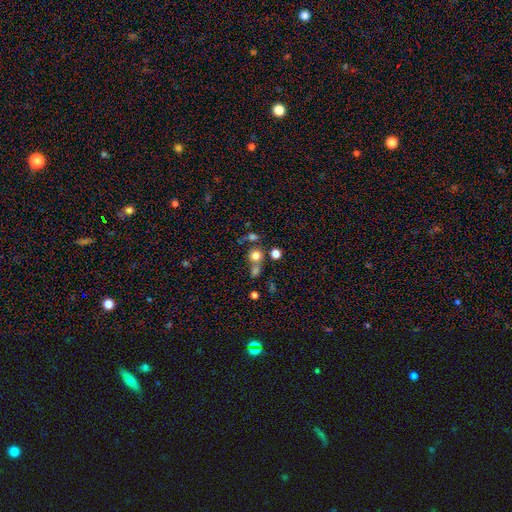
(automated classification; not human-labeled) This is likely a smooth galaxy (73%). How rounded: clearly round (86%). Merging: possibly none (50%).